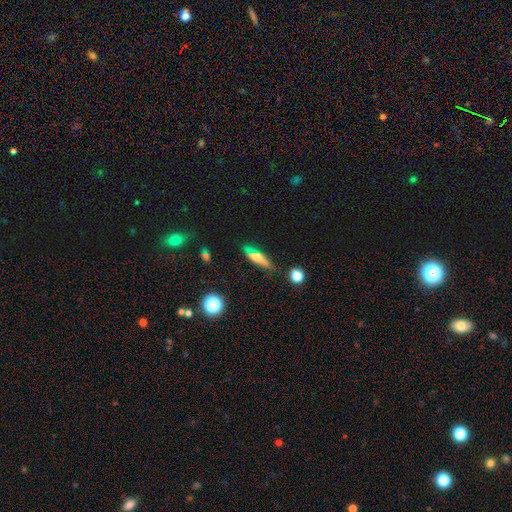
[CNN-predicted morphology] A smooth galaxy with no disk features (51%) that is cigar-shaped (67%).

Vote fractions:
- Smooth or featured? smooth: 51% / featured or disk: 37% / star or artifact: 11%
- How rounded? cigar-shaped: 67% / in between: 29% / round: 4%
- Merging? none: 72% / minor disturbance: 18% / major disturbance: 5% / merger: 4%